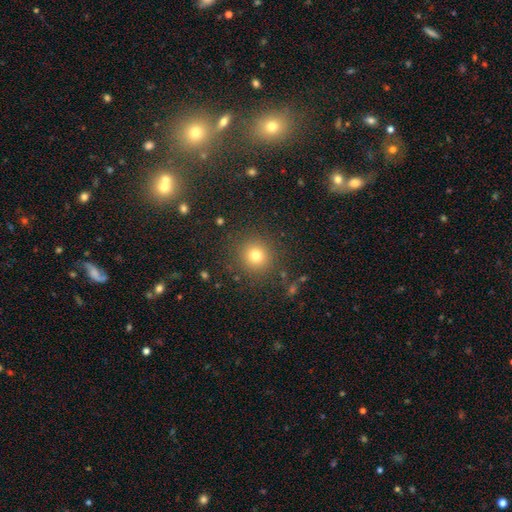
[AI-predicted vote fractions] A smooth galaxy with no disk features (75%) that is round (93%). Merging: none (88%).